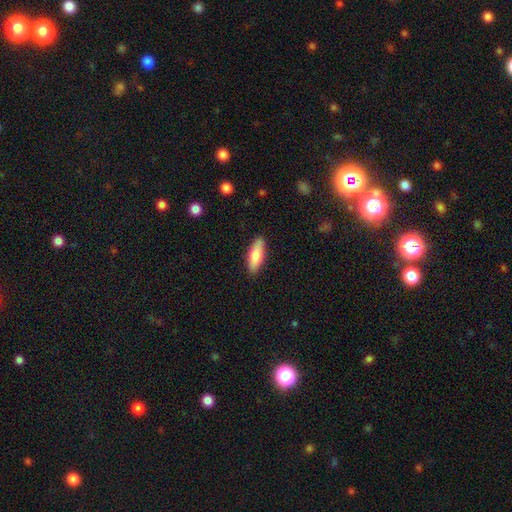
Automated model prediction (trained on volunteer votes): Smooth or featured: smooth — 75% (featured or disk — 19%)
How rounded: in between — 62% (cigar-shaped — 36%)
Merging: none — 86% (minor disturbance — 11%)